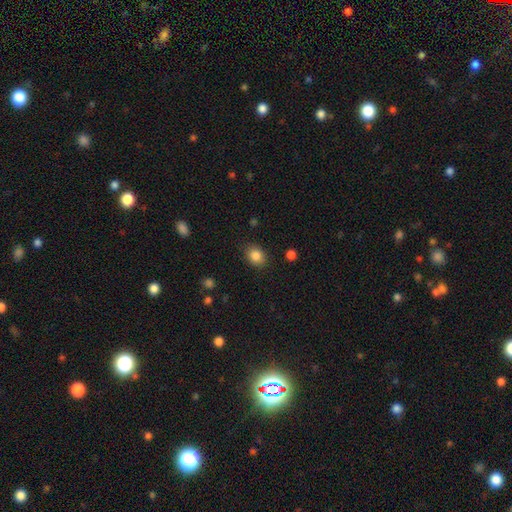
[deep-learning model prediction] This is clearly a smooth galaxy (85%). How rounded: possibly in between (51%). Merging: clearly none (84%).